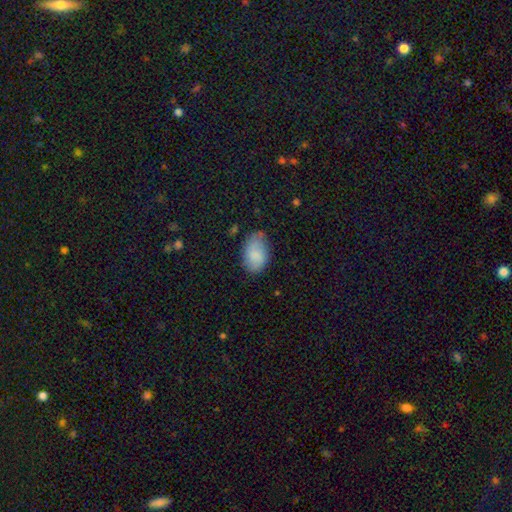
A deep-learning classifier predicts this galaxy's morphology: Smooth or featured: smooth — 83% (featured or disk — 10%)
How rounded: in between — 90% (round — 8%)
Merging: none — 65% (minor disturbance — 27%)